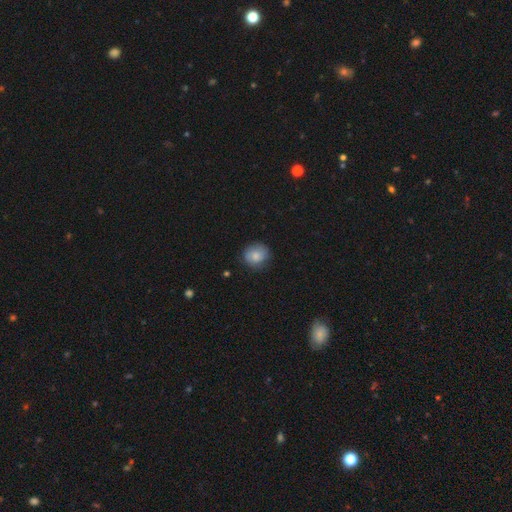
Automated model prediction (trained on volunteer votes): Smooth or featured: smooth — 80% (featured or disk — 12%)
How rounded: round — 82% (in between — 17%)
Merging: none — 78% (minor disturbance — 17%)